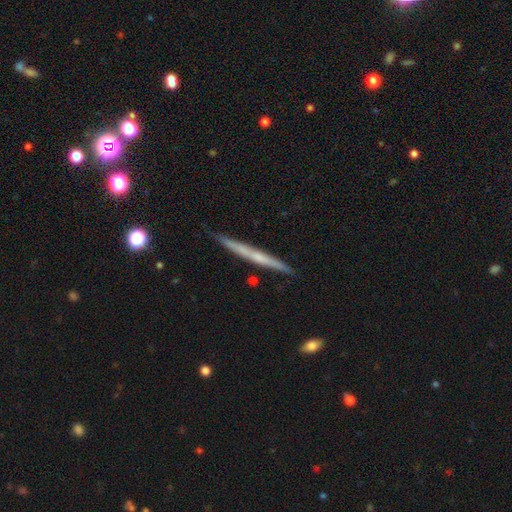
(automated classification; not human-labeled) Smooth or featured? Predicted: featured or disk (p=0.59). Edge-on disk? Predicted: yes (p=0.97). Edge-on bulge? Predicted: none (p=0.70). Merging? Predicted: none (p=0.89).